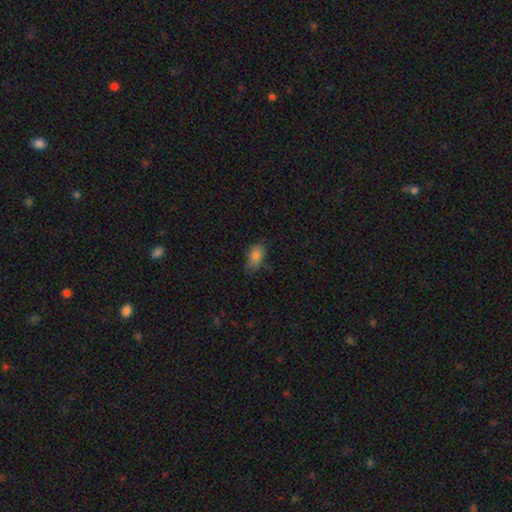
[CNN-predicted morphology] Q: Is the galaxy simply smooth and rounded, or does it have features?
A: smooth — 83%.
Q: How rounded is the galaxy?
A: in between — 89%.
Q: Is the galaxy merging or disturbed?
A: none — 66%.